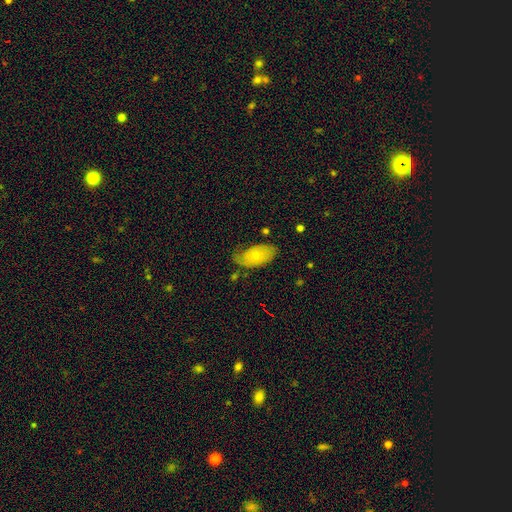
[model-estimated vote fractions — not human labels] A smooth galaxy with no disk features (47%). Merging: none (60%).